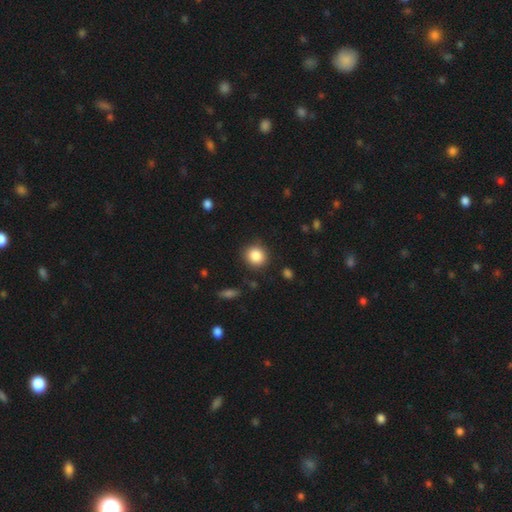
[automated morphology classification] A smooth galaxy with no disk features (86%) that is round (85%).

Vote fractions:
- Smooth or featured? smooth: 86% / star or artifact: 9% / featured or disk: 5%
- How rounded? round: 85% / in between: 14% / cigar-shaped: 1%
- Merging? none: 88% / minor disturbance: 8% / major disturbance: 3% / merger: 2%